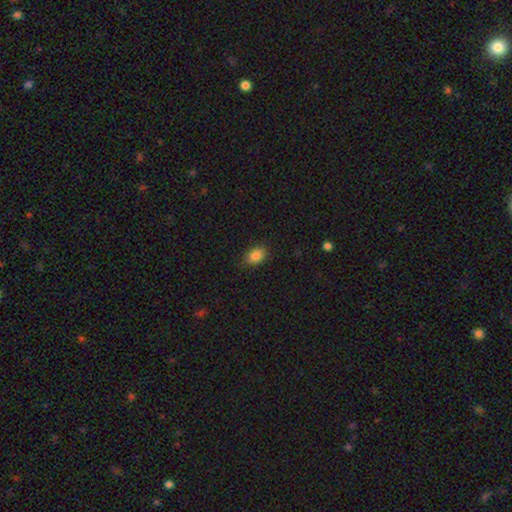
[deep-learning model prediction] smooth-or-featured: smooth: 85% | star or artifact: 10% | featured or disk: 6%
  how-rounded: in between: 76% | round: 22% | cigar-shaped: 1%
  merging: none: 85% | minor disturbance: 11% | major disturbance: 2% | merger: 1%